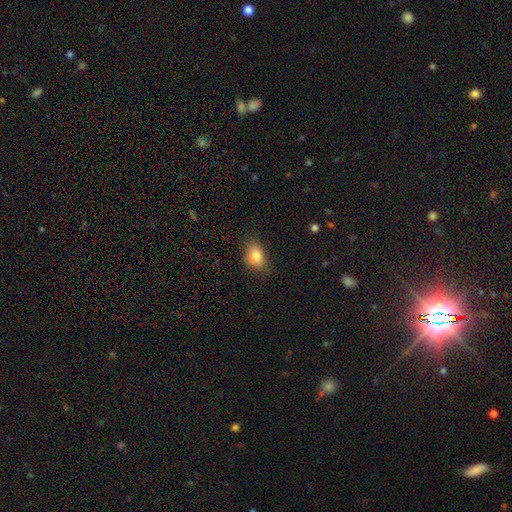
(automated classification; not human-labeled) Overall: smooth (83%). How rounded: in between (74%). Merging: none (73%).